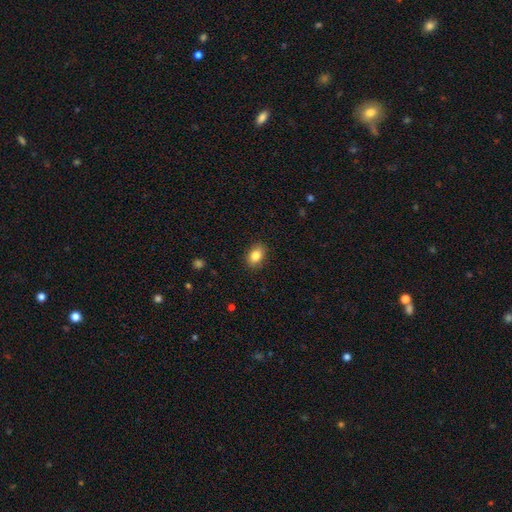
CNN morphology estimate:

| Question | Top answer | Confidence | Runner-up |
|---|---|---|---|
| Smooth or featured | smooth | 84% | star or artifact (9%) |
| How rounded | in between | 76% | round (22%) |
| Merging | none | 89% | minor disturbance (8%) |